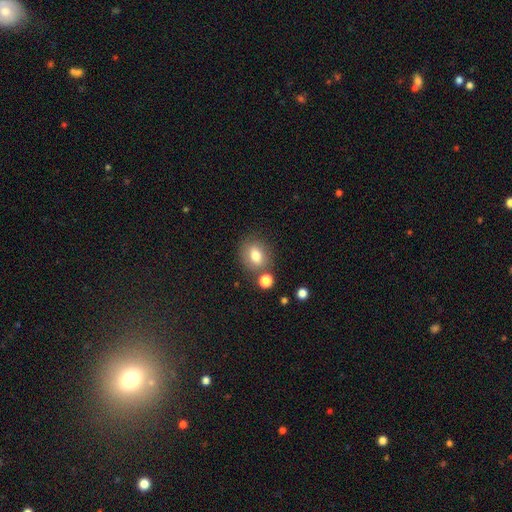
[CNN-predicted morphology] Smooth or featured? Predicted: smooth (p=0.77). How rounded? Predicted: in between (p=0.52). Merging? Predicted: none (p=0.71).